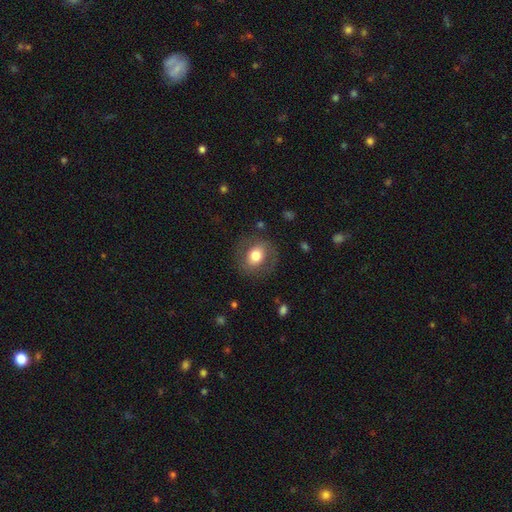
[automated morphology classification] Q: Smooth or featured?
A: smooth (64%); runner-up: featured or disk (28%)
Q: How rounded?
A: round (61%); runner-up: in between (38%)
Q: Merging?
A: none (79%); runner-up: minor disturbance (13%)